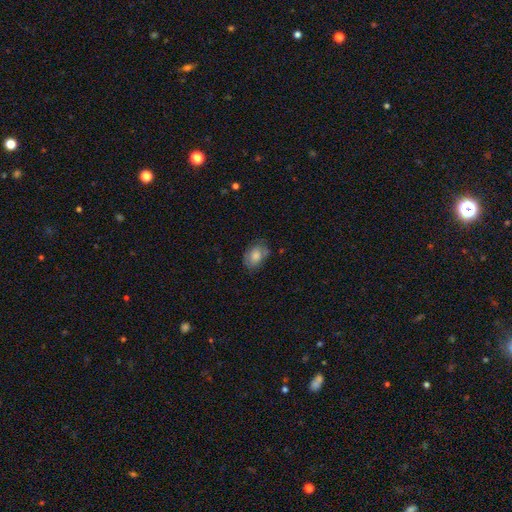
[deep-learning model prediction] smooth_or_featured: smooth (p=0.65) [alt: featured or disk p=0.27]
how_rounded: in between (p=0.77) [alt: round p=0.22]
merging: none (p=0.66) [alt: minor disturbance p=0.24]